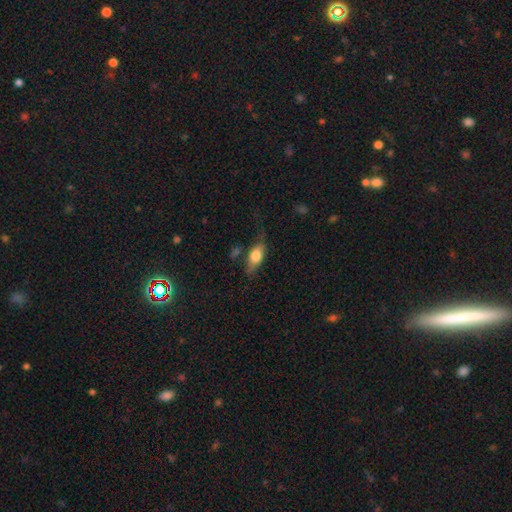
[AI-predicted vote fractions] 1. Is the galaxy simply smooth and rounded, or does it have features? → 68% smooth, 25% featured or disk, 7% star or artifact.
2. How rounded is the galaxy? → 80% in between, 14% cigar-shaped, 6% round.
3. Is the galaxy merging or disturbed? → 58% none, 27% minor disturbance, 11% major disturbance, 4% merger.